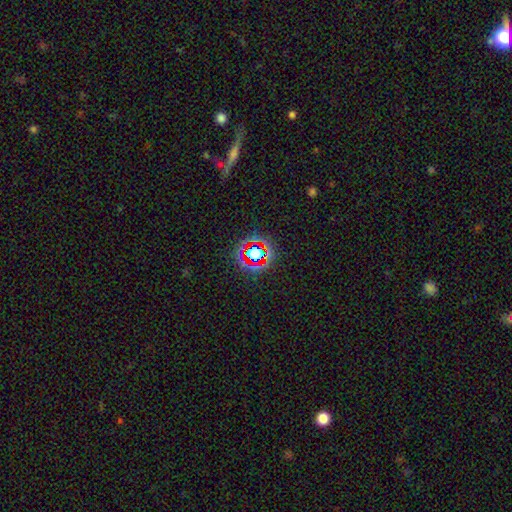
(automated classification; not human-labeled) A star or artifact, not a galaxy (63%).

Vote fractions:
- Smooth or featured? star or artifact: 63% / smooth: 25% / featured or disk: 13%